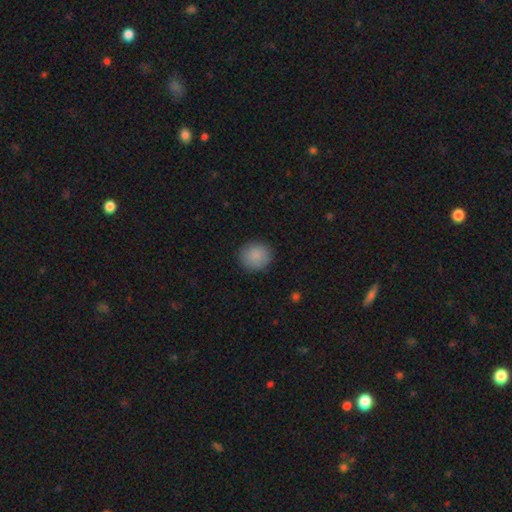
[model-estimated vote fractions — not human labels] smooth 88%, star or artifact 8%, featured or disk 4%. Down the decision tree: how rounded — round (87%); merging — none (89%).